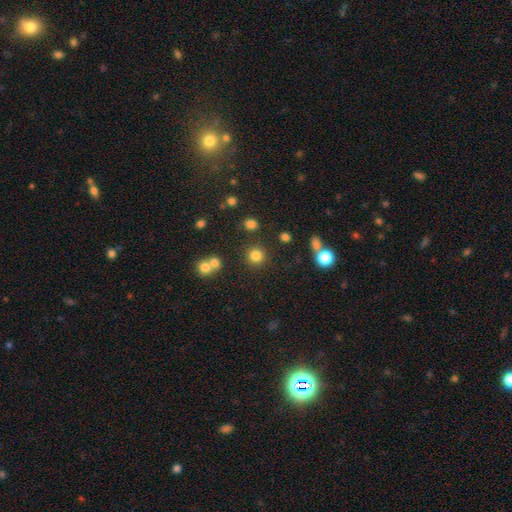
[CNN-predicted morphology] This is clearly a smooth galaxy (81%). How rounded: clearly round (94%). Merging: clearly none (85%).